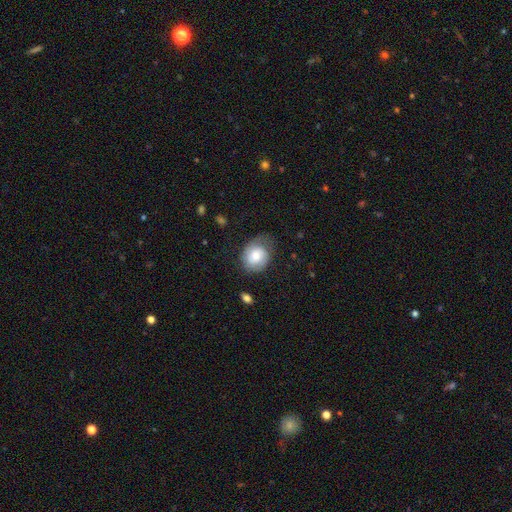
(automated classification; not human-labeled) smooth_or_featured: smooth (p=0.56) [alt: featured or disk p=0.36]
how_rounded: round (p=0.57) [alt: in between p=0.42]
merging: none (p=0.57) [alt: minor disturbance p=0.28]